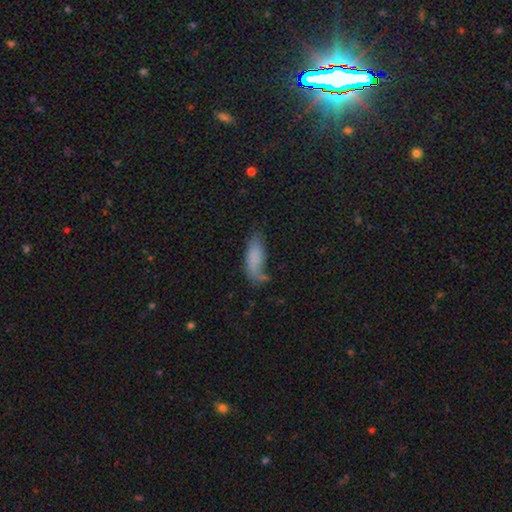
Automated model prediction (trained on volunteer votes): Smooth or featured? Predicted: smooth (p=0.71). How rounded? Predicted: in between (p=0.70). Merging? Predicted: none (p=0.45).